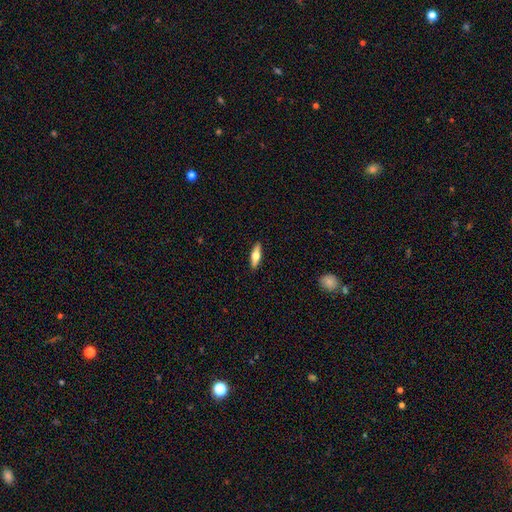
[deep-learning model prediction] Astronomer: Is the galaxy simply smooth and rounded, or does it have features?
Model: smooth — 51% (runner-up: featured or disk, 43%).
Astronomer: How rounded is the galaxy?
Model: cigar-shaped — 54% (runner-up: in between, 43%).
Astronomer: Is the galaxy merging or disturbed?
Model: none — 90%.